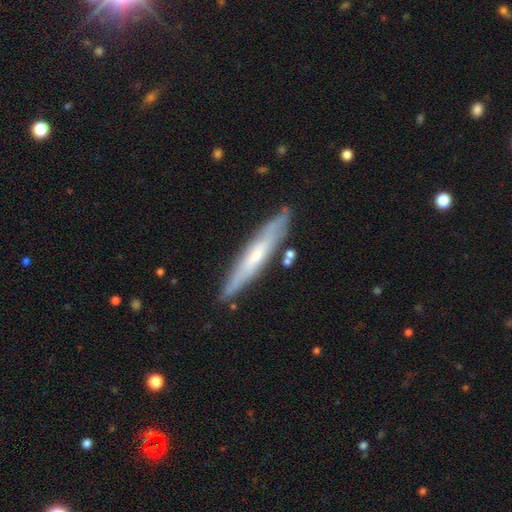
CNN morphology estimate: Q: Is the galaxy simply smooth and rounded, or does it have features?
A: featured or disk — 55%.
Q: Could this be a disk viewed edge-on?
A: yes — 83%.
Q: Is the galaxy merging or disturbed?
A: none — 83%.